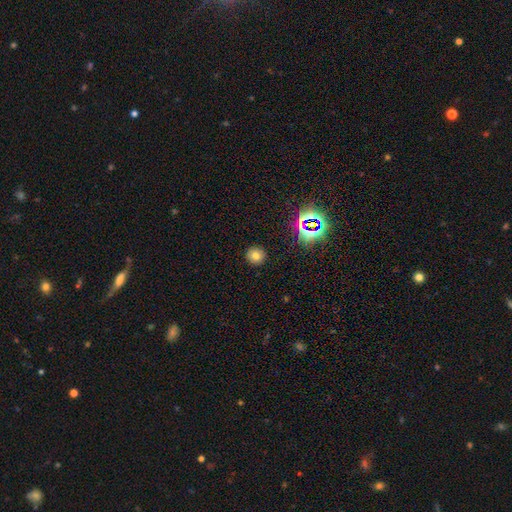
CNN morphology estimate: type=smooth (71%); roundness=round (92%); merging=none (90%).